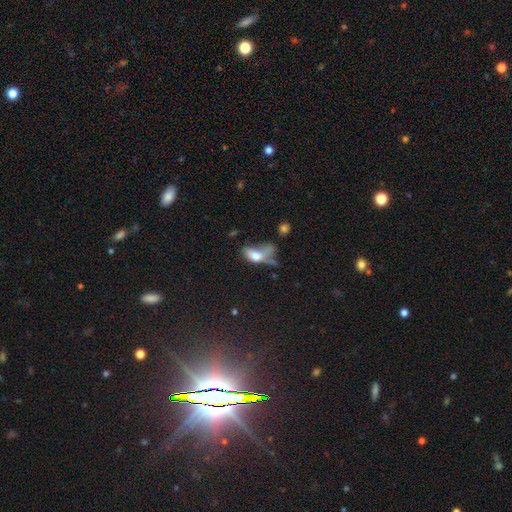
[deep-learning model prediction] Smooth or featured: smooth — 60% (featured or disk — 26%)
How rounded: in between — 81% (cigar-shaped — 10%)
Merging: major disturbance — 39% (merger — 26%)